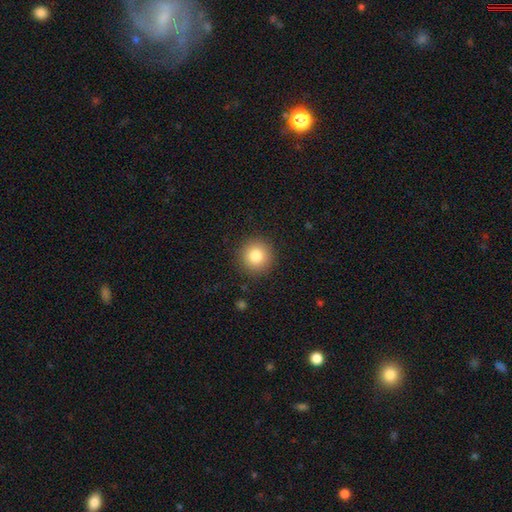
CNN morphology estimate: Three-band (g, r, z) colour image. It shows a smooth galaxy with no disk features (83%) that is round (95%). Merging: none (90%).